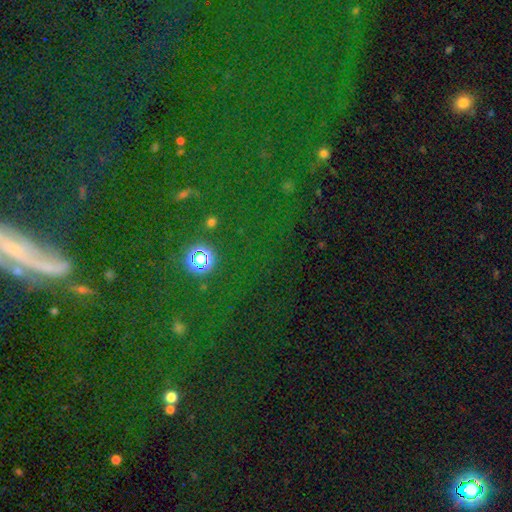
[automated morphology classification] Smooth or featured? Predicted: star or artifact (p=0.71).